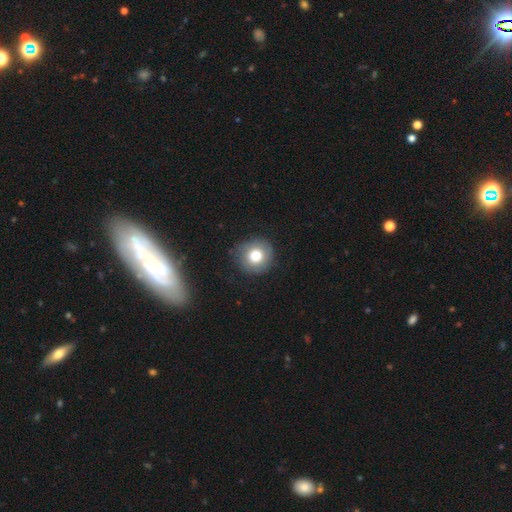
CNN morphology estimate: The model was most divided on "smooth or featured": smooth: 75%, featured or disk: 16%, star or artifact: 10%. More confident: how rounded — round (91%); merging — none (81%).